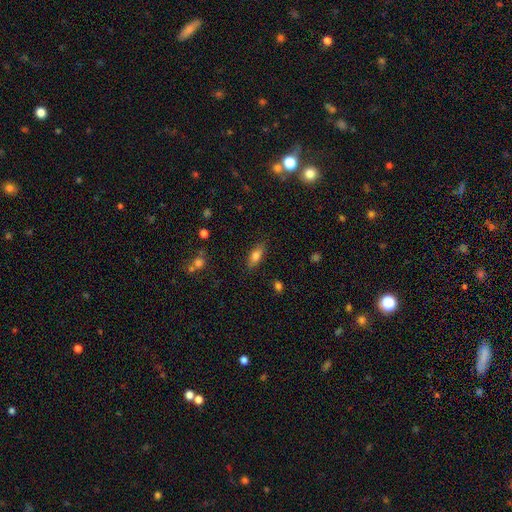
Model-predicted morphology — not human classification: Smooth or featured?
  - smooth: 78% *
  - featured or disk: 14%
  - star or artifact: 9%
How rounded?
  - in between: 79% *
  - cigar-shaped: 16%
  - round: 4%
Merging?
  - none: 84% *
  - minor disturbance: 12%
  - major disturbance: 3%
  - merger: 2%